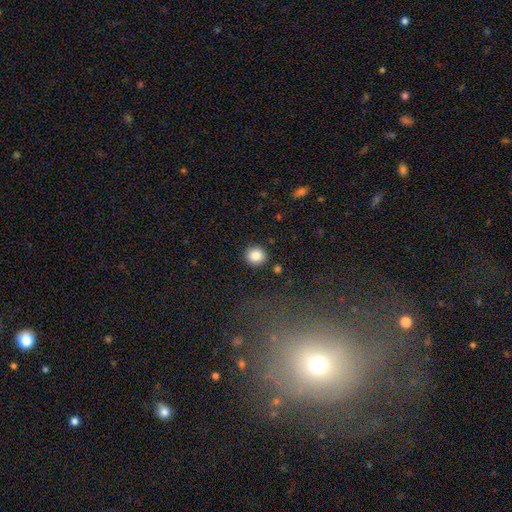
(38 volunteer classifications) smooth-or-featured: smooth: 89% | featured or disk: 5% | star or artifact: 5%
  how-rounded: round: 97% | in between: 3% | cigar-shaped: 0%
  merging: none: 92% | minor disturbance: 6% | major disturbance: 3% | merger: 0%